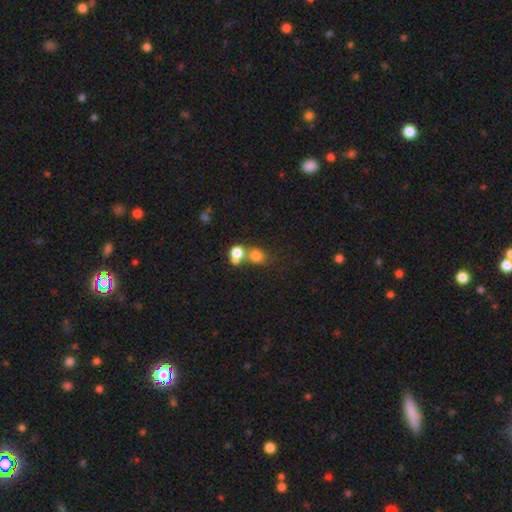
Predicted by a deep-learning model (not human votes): smooth_or_featured: smooth (p=0.75) [alt: star or artifact p=0.14]
how_rounded: round (p=0.71) [alt: in between p=0.28]
merging: merger (p=0.45) [alt: none p=0.41]